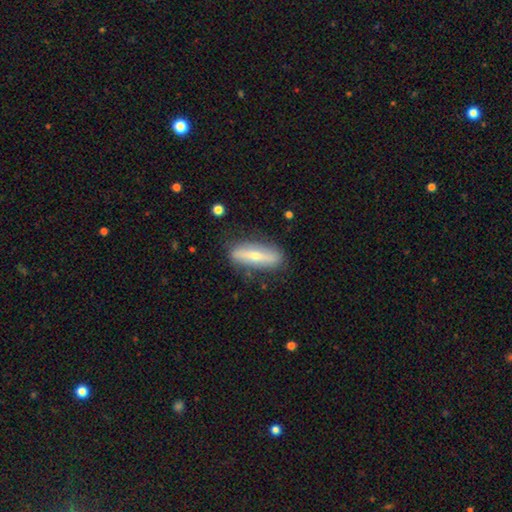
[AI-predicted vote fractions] smooth_or_featured: featured or disk (p=0.56) [alt: smooth p=0.38]
disk_edge_on: yes (p=0.61) [alt: no p=0.39]
merging: none (p=0.83) [alt: minor disturbance p=0.13]